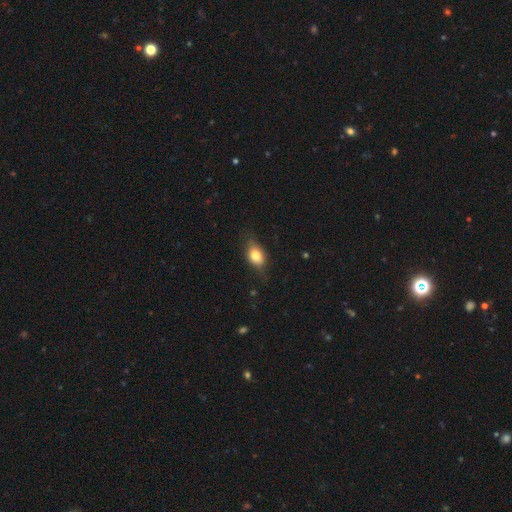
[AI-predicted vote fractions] The model was most divided on "merging": none: 72%, minor disturbance: 22%, major disturbance: 5%, merger: 1%. More confident: how rounded — in between (77%); smooth or featured — smooth (76%).